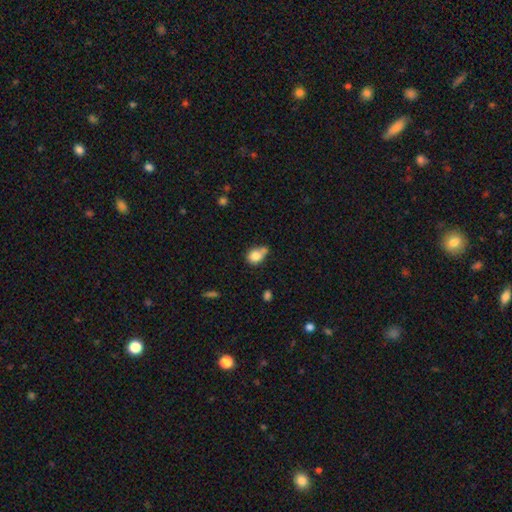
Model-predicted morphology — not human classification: This appears to be a smooth galaxy with no disk features (81%) that is round (56%). Merging: none (40%).